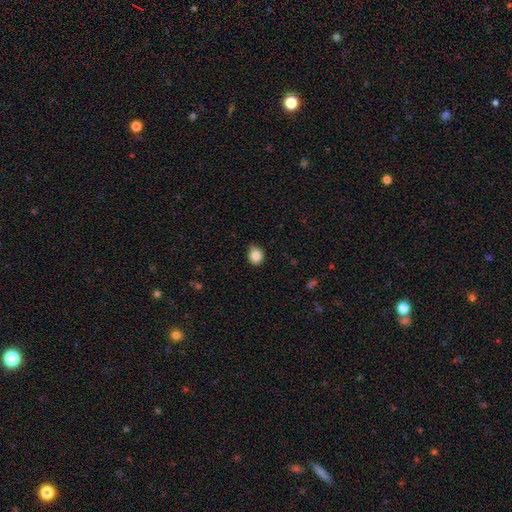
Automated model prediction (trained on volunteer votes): This is clearly a smooth galaxy (86%). How rounded: likely round (67%). Merging: likely none (74%).